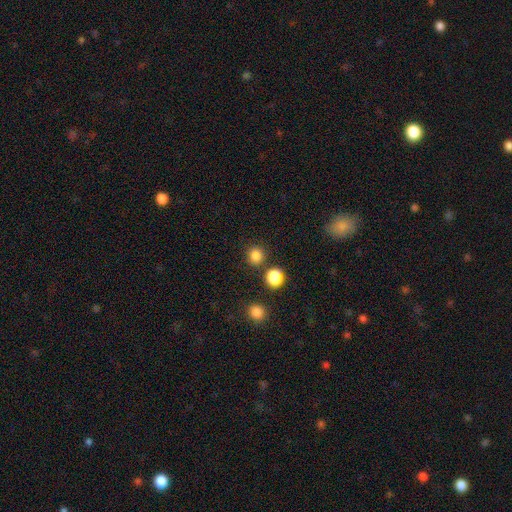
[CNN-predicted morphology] Smooth or featured? Predicted: smooth (p=0.82). How rounded? Predicted: round (p=0.88). Merging? Predicted: none (p=0.84).